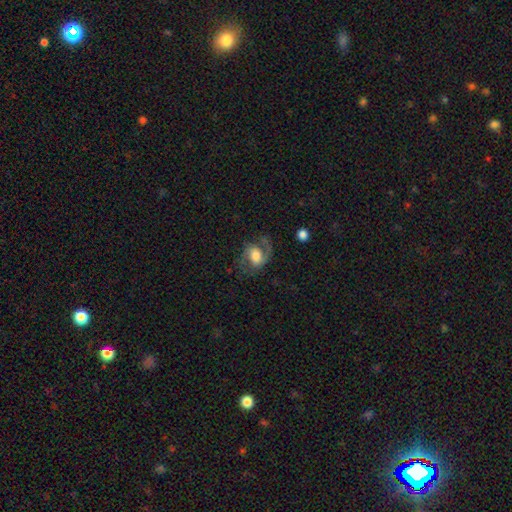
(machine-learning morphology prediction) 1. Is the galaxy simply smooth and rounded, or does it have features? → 70% featured or disk, 23% smooth, 7% star or artifact.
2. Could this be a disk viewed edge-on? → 97% no, 3% yes.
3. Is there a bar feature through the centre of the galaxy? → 52% no, 37% weak, 10% strong.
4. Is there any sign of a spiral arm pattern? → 91% yes, 9% no.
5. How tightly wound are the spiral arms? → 50% medium, 34% loose, 16% tight.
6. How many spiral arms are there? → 78% 2, 14% 1, 4% can't tell, 1% 3, 1% 4, 1% more than 4.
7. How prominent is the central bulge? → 42% large, 41% moderate, 9% small, 6% dominant, 3% none.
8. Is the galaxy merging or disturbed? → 59% none, 20% major disturbance, 19% minor disturbance, 2% merger.